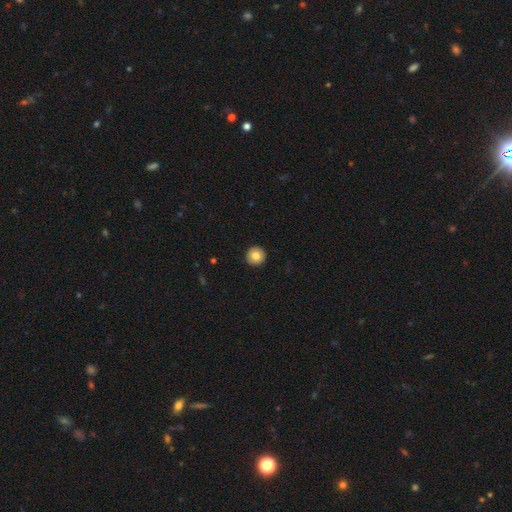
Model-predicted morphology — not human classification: Q: Smooth or featured?
A: smooth (83%); runner-up: featured or disk (9%)
Q: How rounded?
A: round (96%); runner-up: in between (3%)
Q: Merging?
A: none (93%); runner-up: minor disturbance (4%)